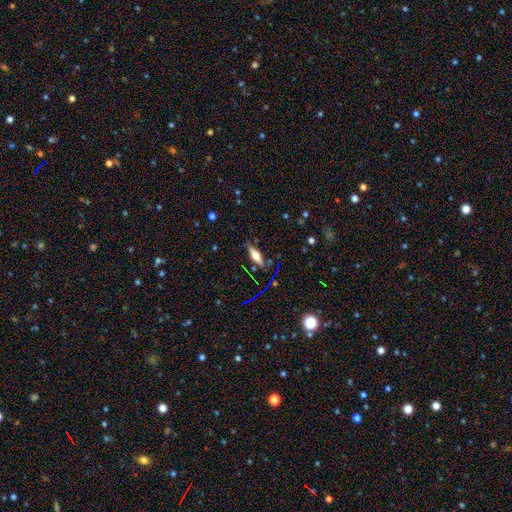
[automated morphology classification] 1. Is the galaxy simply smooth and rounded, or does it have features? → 53% smooth, 39% featured or disk, 9% star or artifact.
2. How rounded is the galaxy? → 55% in between, 42% cigar-shaped, 3% round.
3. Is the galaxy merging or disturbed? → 78% none, 15% minor disturbance, 4% major disturbance, 3% merger.